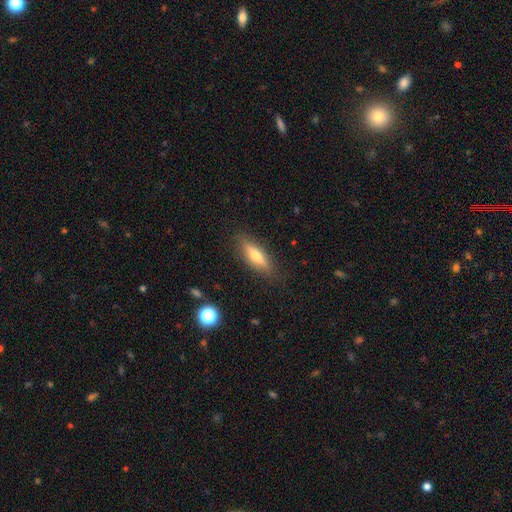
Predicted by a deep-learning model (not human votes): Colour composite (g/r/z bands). It shows a smooth galaxy with no disk features (50%) that is cigar-shaped (62%). Merging: none (86%).